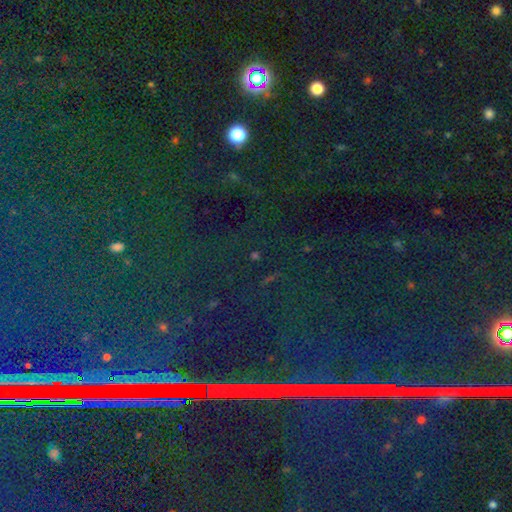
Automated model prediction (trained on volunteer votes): Smooth or featured? star or artifact (84%)